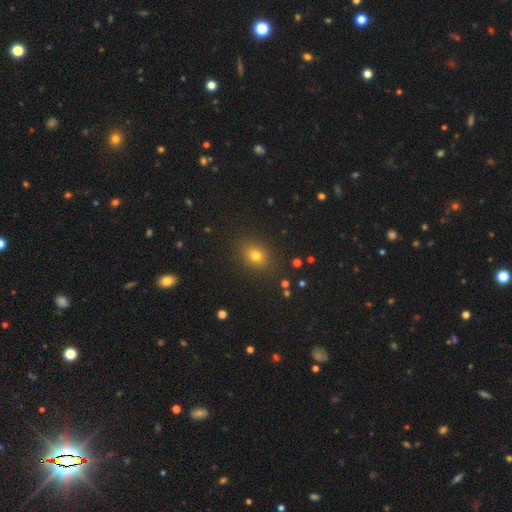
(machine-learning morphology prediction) A smooth galaxy with no disk features (76%) that is round (53%).

Vote fractions:
- Smooth or featured? smooth: 76% / star or artifact: 15% / featured or disk: 8%
- How rounded? round: 53% / in between: 46% / cigar-shaped: 1%
- Merging? none: 87% / minor disturbance: 8% / major disturbance: 3% / merger: 1%